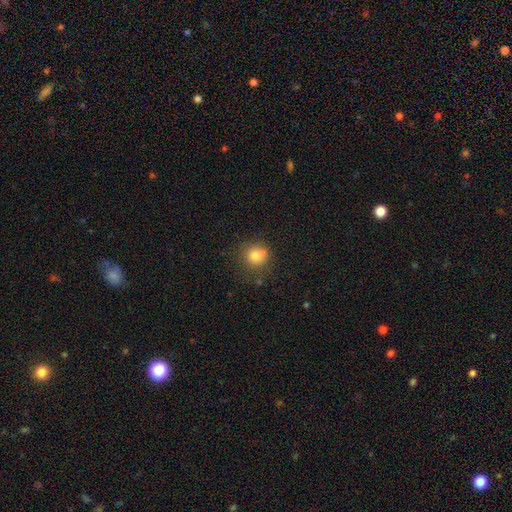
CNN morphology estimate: smooth-or-featured: smooth: 79% | star or artifact: 12% | featured or disk: 9%
  how-rounded: round: 87% | in between: 12% | cigar-shaped: 1%
  merging: none: 65% | minor disturbance: 17% | merger: 12% | major disturbance: 6%